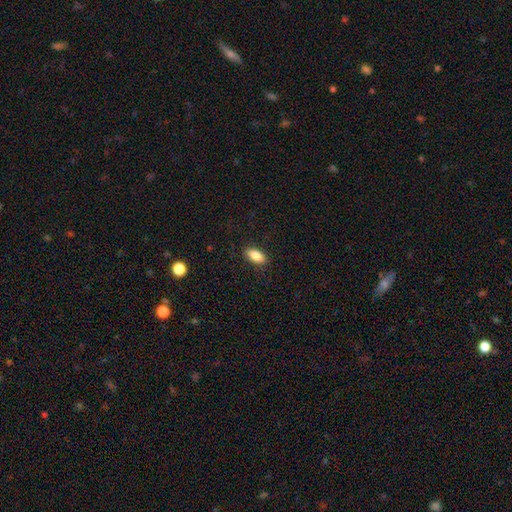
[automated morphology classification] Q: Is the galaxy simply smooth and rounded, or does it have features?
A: smooth — 86%.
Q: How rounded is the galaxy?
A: in between — 88%.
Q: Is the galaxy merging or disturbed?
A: none — 87%.